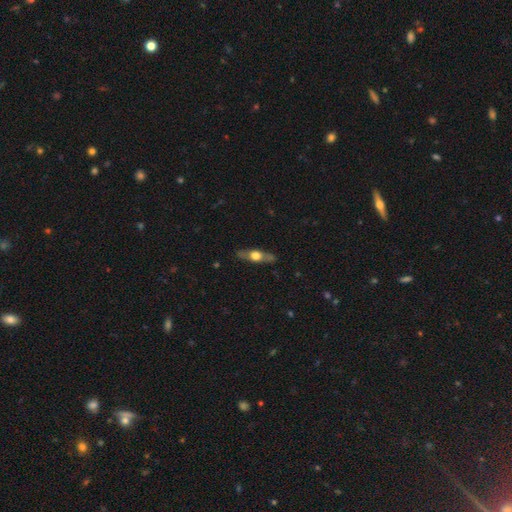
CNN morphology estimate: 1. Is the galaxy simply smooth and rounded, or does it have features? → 57% featured or disk, 37% smooth, 6% star or artifact.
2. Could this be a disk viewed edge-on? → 83% yes, 17% no.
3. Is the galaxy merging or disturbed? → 85% none, 11% minor disturbance, 3% major disturbance, 1% merger.